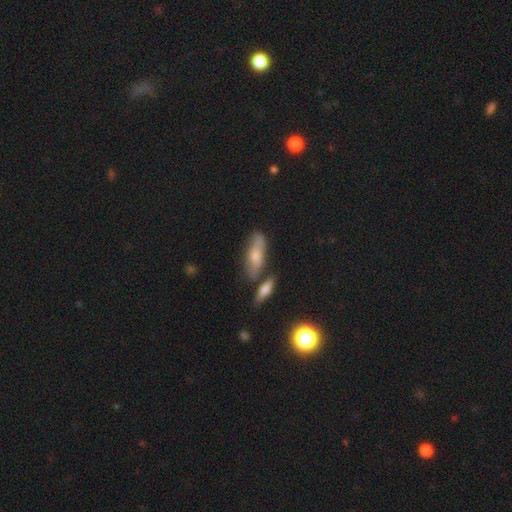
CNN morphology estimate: Smooth or featured? Predicted: smooth (p=0.54). How rounded? Predicted: in between (p=0.64). Merging? Predicted: none (p=0.64).